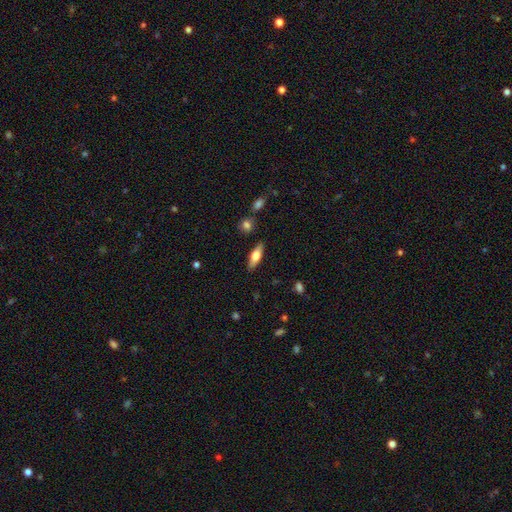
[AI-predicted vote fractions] smooth 62%, featured or disk 31%, star or artifact 6%. Down the decision tree: how rounded — in between (61%); merging — none (84%).